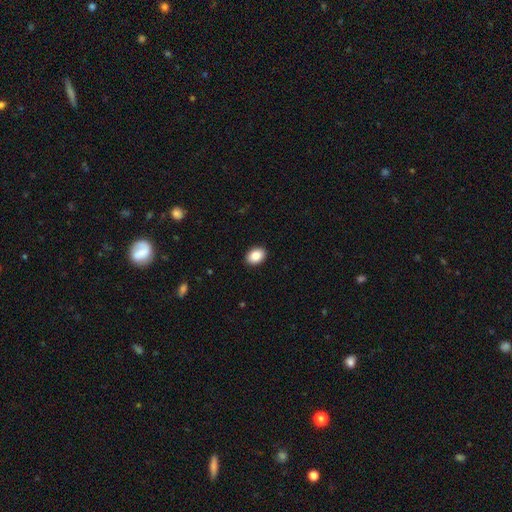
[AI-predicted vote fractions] This appears to be a smooth galaxy with no disk features (88%) that is in between round and cigar-shaped (78%). Merging: none (91%).